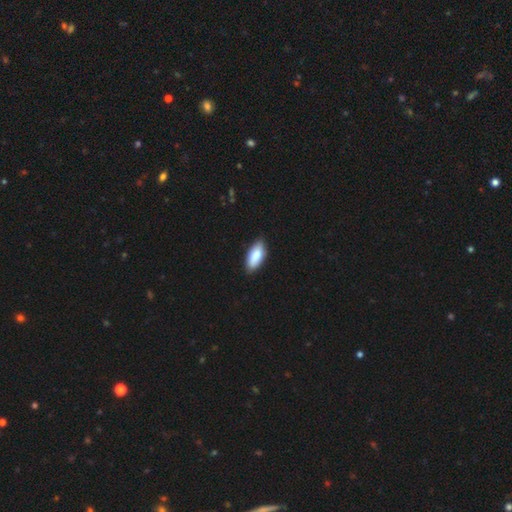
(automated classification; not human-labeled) Smooth or featured?
  - smooth: 83% *
  - featured or disk: 12%
  - star or artifact: 6%
How rounded?
  - in between: 87% *
  - cigar-shaped: 11%
  - round: 2%
Merging?
  - none: 85% *
  - minor disturbance: 12%
  - major disturbance: 2%
  - merger: 1%